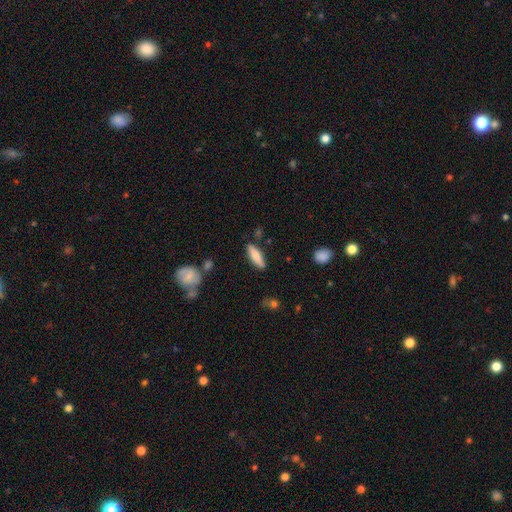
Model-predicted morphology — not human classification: smooth-or-featured: smooth: 74% | featured or disk: 20% | star or artifact: 6%
  how-rounded: cigar-shaped: 57% | in between: 41% | round: 2%
  merging: none: 83% | minor disturbance: 12% | major disturbance: 2% | merger: 2%